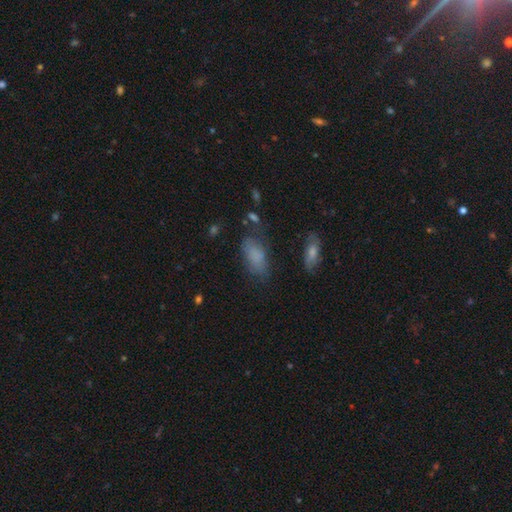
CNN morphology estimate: A smooth galaxy with no disk features (76%) that is in between round and cigar-shaped (89%). Merging: none (57%).